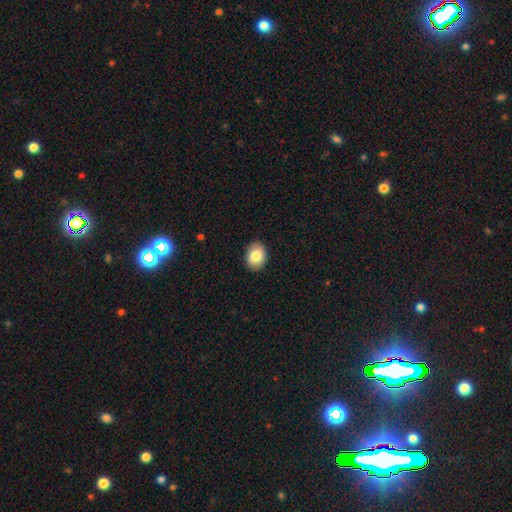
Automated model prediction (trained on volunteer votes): smooth_or_featured: smooth (p=0.84) [alt: featured or disk p=0.08]
how_rounded: in between (p=0.69) [alt: round p=0.30]
merging: none (p=0.90) [alt: minor disturbance p=0.07]